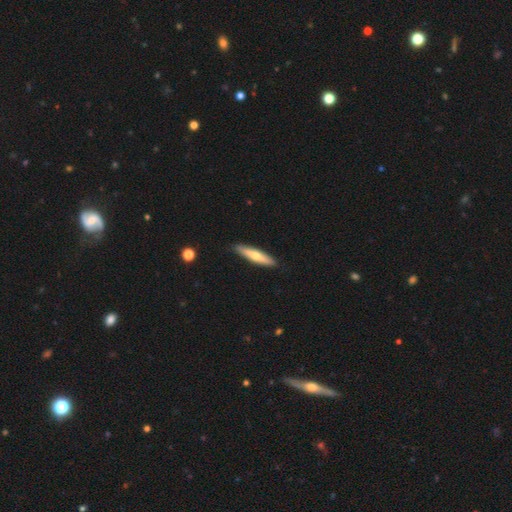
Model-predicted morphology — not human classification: smooth-or-featured: smooth: 59% | featured or disk: 36% | star or artifact: 5%
  how-rounded: cigar-shaped: 81% | in between: 17% | round: 2%
  merging: none: 88% | minor disturbance: 9% | major disturbance: 2% | merger: 1%